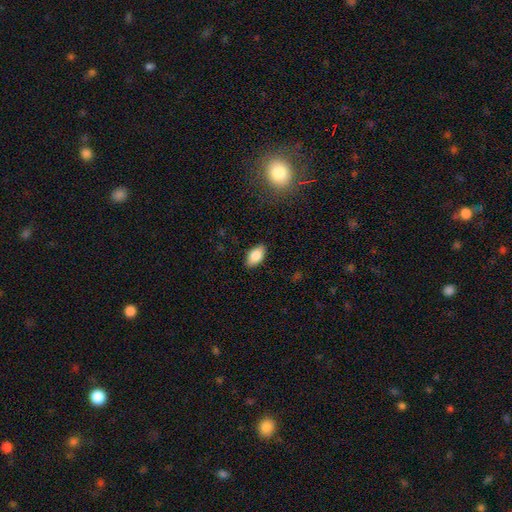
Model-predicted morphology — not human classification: smooth_or_featured: smooth (p=0.85) [alt: featured or disk p=0.08]
how_rounded: in between (p=0.93) [alt: round p=0.04]
merging: none (p=0.87) [alt: minor disturbance p=0.10]